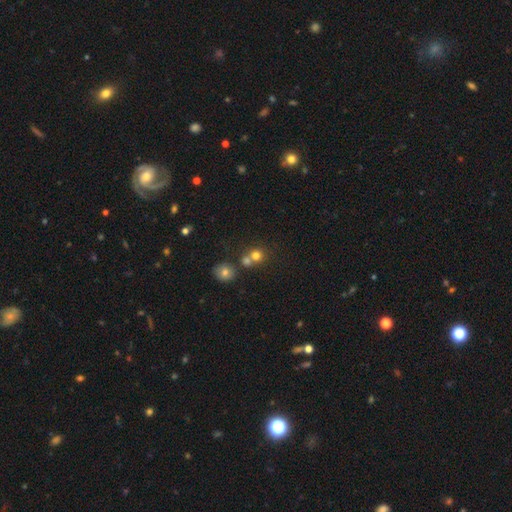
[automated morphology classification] A smooth galaxy with no disk features (75%) that is round (86%).

Vote fractions:
- Smooth or featured? smooth: 75% / star or artifact: 15% / featured or disk: 10%
- How rounded? round: 86% / in between: 13% / cigar-shaped: 1%
- Merging? none: 50% / merger: 40% / minor disturbance: 7% / major disturbance: 3%